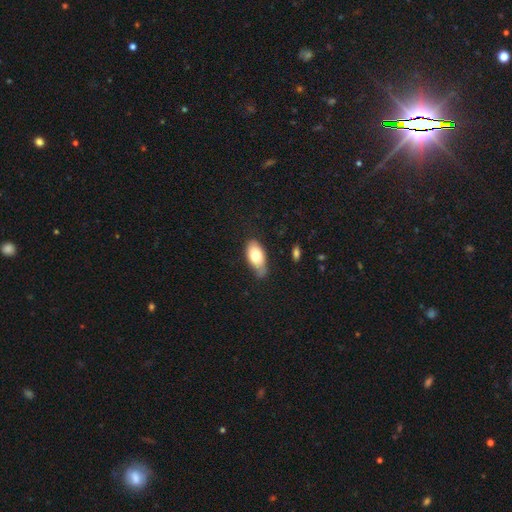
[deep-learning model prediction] smooth-or-featured: smooth: 74% | featured or disk: 19% | star or artifact: 7%
  how-rounded: in between: 91% | cigar-shaped: 5% | round: 4%
  merging: none: 53% | minor disturbance: 36% | major disturbance: 8% | merger: 3%